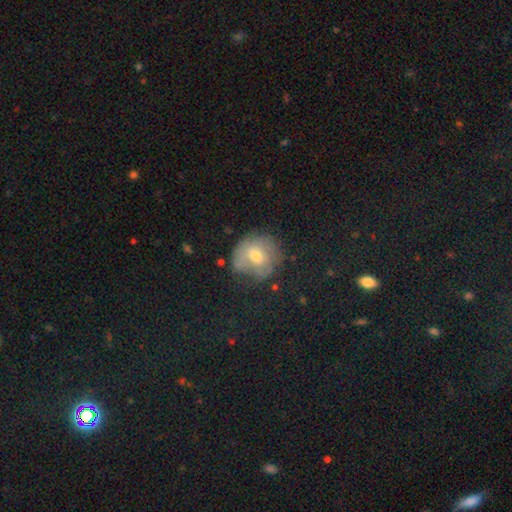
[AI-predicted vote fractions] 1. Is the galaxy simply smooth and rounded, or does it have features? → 52% smooth, 35% featured or disk, 13% star or artifact.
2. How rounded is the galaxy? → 79% round, 20% in between, 1% cigar-shaped.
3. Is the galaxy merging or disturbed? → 58% none, 27% minor disturbance, 13% major disturbance, 3% merger.